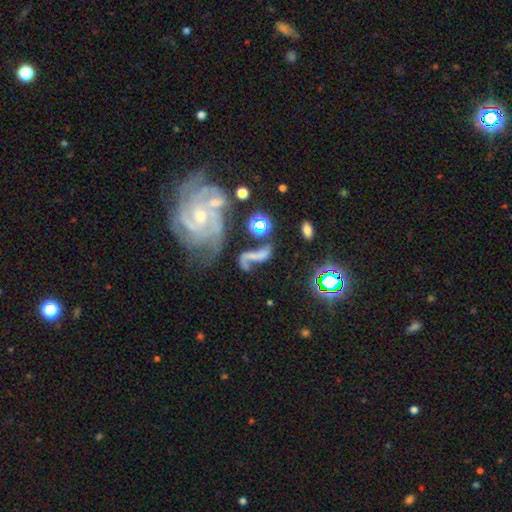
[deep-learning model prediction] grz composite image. It shows a featured or disk galaxy (62%) with no bar (49%), spiral arms (82%) and no central bulge (42%). Merging: none (30%).